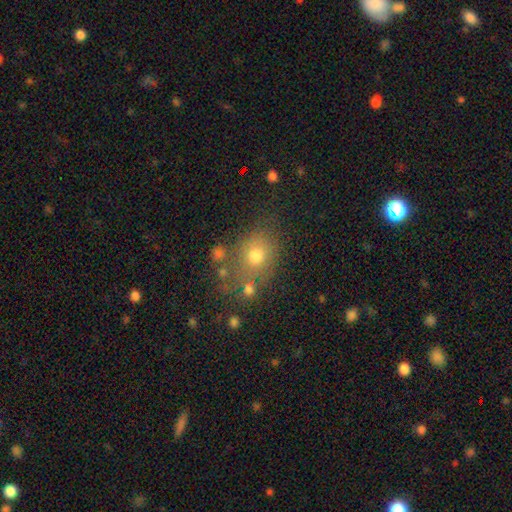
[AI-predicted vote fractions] The model was most divided on "how rounded": round: 61%, in between: 38%, cigar-shaped: 1%. More confident: merging — none (67%); smooth or featured — smooth (64%).